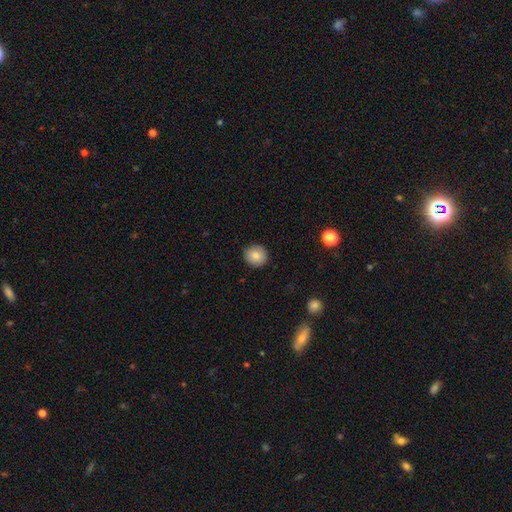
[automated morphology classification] Smooth or featured?
  - smooth: 83% *
  - star or artifact: 9%
  - featured or disk: 8%
How rounded?
  - round: 91% *
  - in between: 8%
  - cigar-shaped: 1%
Merging?
  - none: 91% *
  - minor disturbance: 6%
  - major disturbance: 2%
  - merger: 1%